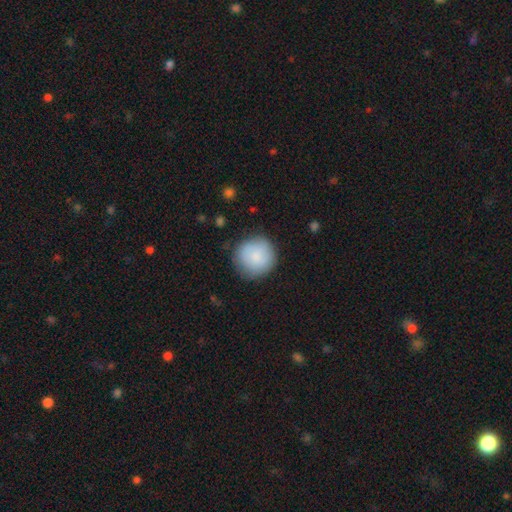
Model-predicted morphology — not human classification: Smooth or featured? Predicted: smooth (p=0.83). How rounded? Predicted: round (p=0.93). Merging? Predicted: none (p=0.80).